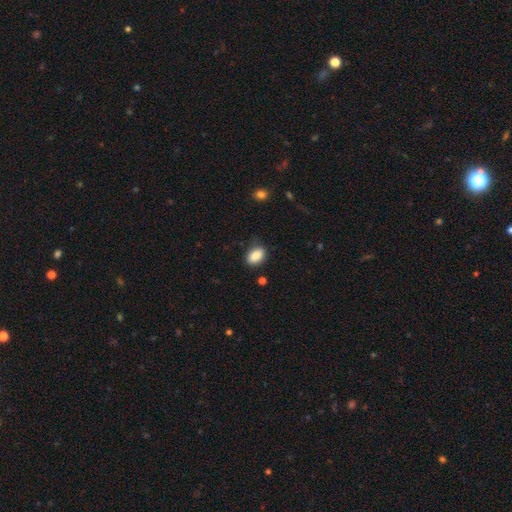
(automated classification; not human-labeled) Smooth or featured? smooth (87%)
How rounded? in between (86%)
Merging? none (79%)